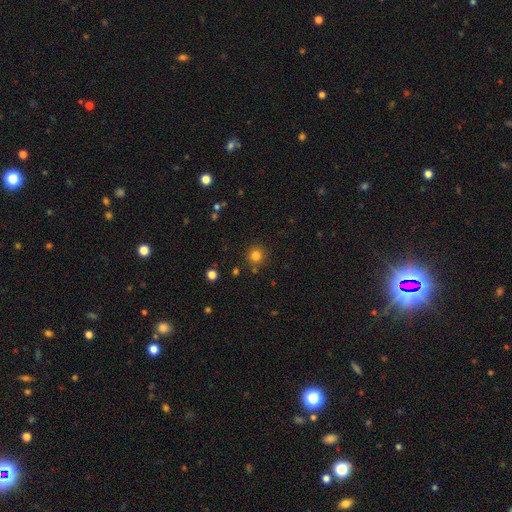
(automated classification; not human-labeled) Smooth or featured?
  - smooth: 81% *
  - star or artifact: 14%
  - featured or disk: 5%
How rounded?
  - round: 94% *
  - in between: 5%
  - cigar-shaped: 1%
Merging?
  - none: 87% *
  - minor disturbance: 7%
  - merger: 4%
  - major disturbance: 2%